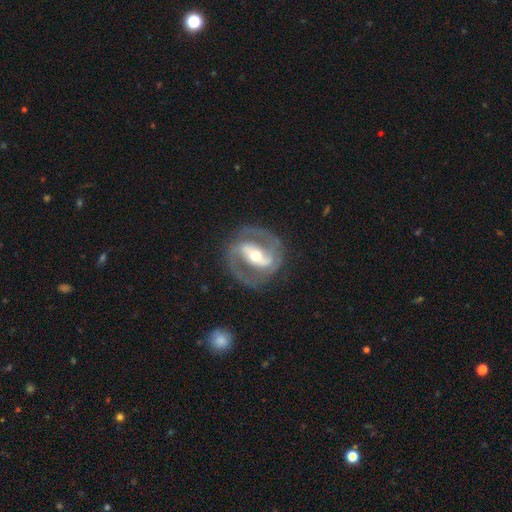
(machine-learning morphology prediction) Overall: featured or disk (88%). Edge-on disk: no (96%). Bar: strong (59%; weak 26%). Spiral arms: yes (93%). Spiral arm count: 2 (91%). Spiral winding: medium (53%; tight 34%). Bulge size: moderate (65%; small 27%). Merging: none (81%).